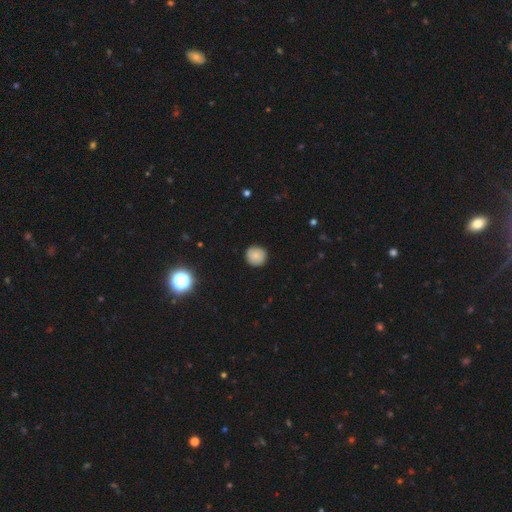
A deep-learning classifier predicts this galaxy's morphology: This appears to be a smooth galaxy with no disk features (82%) that is round (93%). Merging: none (90%).